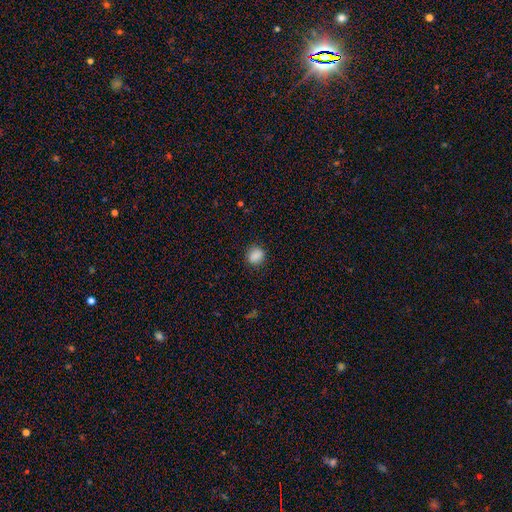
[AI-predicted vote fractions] Smooth or featured? Predicted: smooth (p=0.87). How rounded? Predicted: round (p=0.69). Merging? Predicted: none (p=0.85).